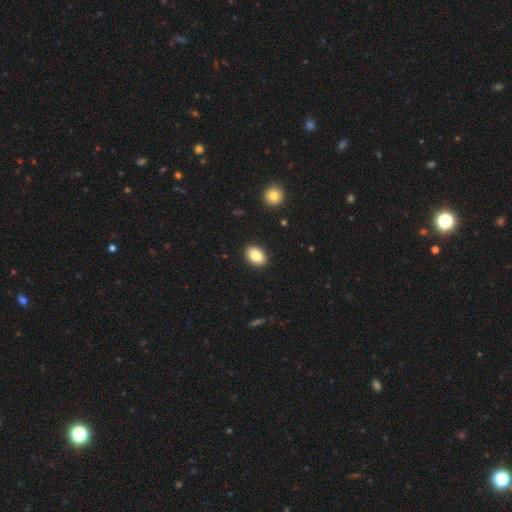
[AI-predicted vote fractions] smooth 83%, featured or disk 9%, star or artifact 8%. Down the decision tree: how rounded — in between (87%); merging — none (90%).